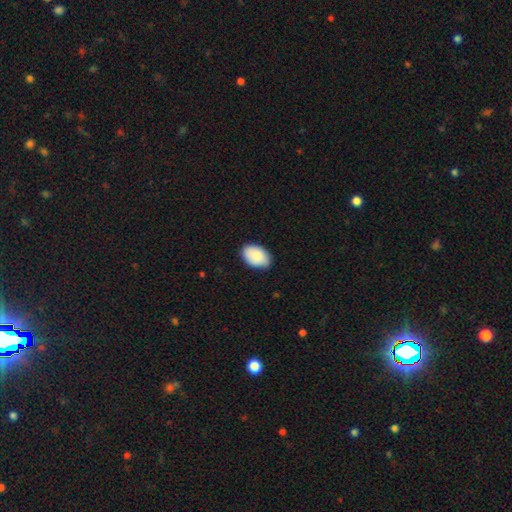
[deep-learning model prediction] Smooth or featured?
  - smooth: 86% *
  - featured or disk: 8%
  - star or artifact: 6%
How rounded?
  - in between: 90% *
  - round: 9%
  - cigar-shaped: 1%
Merging?
  - none: 82% *
  - minor disturbance: 15%
  - major disturbance: 2%
  - merger: 1%